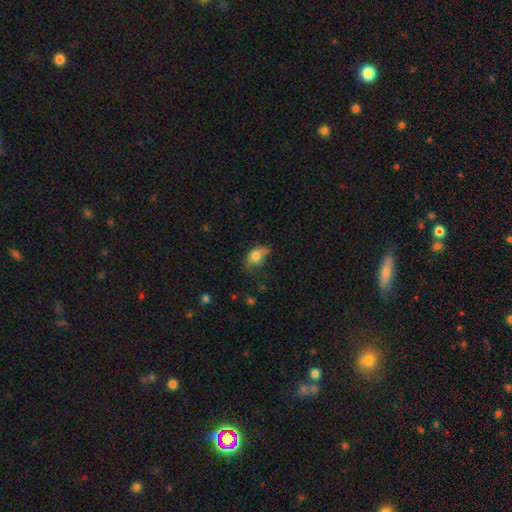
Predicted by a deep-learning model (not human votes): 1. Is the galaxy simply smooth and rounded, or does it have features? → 77% smooth, 14% featured or disk, 9% star or artifact.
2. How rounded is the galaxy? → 82% in between, 15% round, 2% cigar-shaped.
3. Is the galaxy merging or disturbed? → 41% none, 39% minor disturbance, 16% major disturbance, 4% merger.